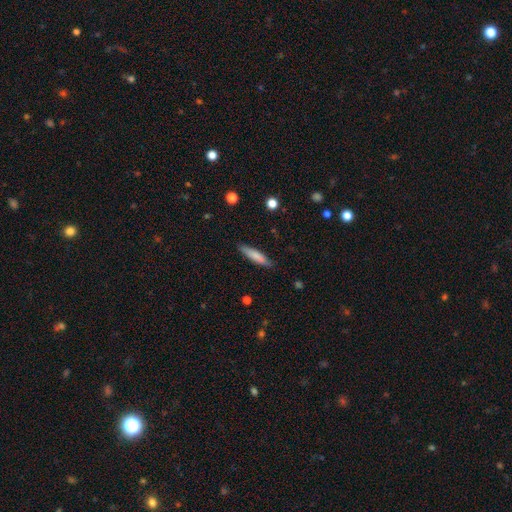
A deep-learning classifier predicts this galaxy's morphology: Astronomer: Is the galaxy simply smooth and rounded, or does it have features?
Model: smooth — 76%.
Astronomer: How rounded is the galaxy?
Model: cigar-shaped — 86%.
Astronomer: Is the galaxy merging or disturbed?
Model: none — 87%.